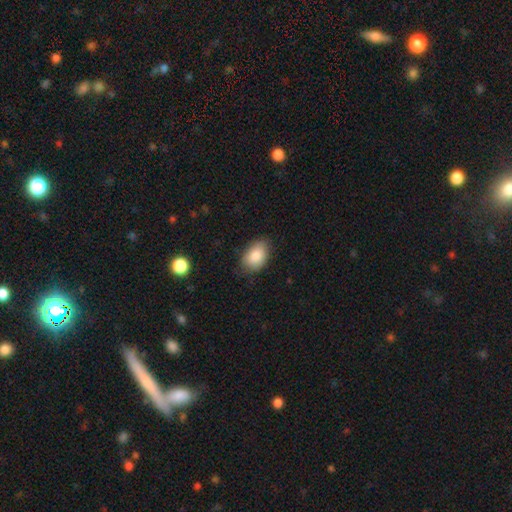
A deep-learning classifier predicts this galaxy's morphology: Smooth or featured: smooth — 85% (featured or disk — 8%)
How rounded: in between — 86% (round — 13%)
Merging: none — 77% (minor disturbance — 19%)